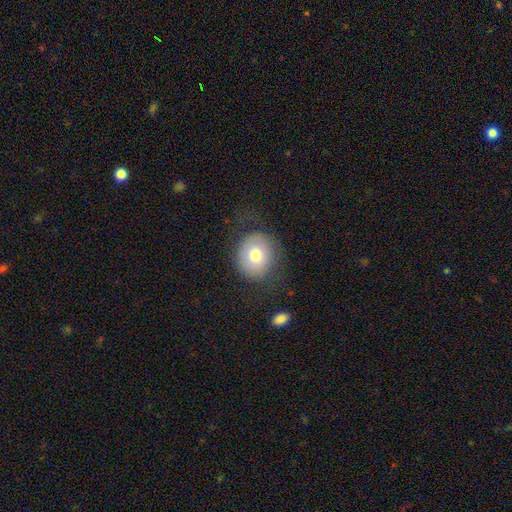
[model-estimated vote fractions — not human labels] A smooth galaxy with no disk features (73%) that is round (81%). Merging: none (73%).